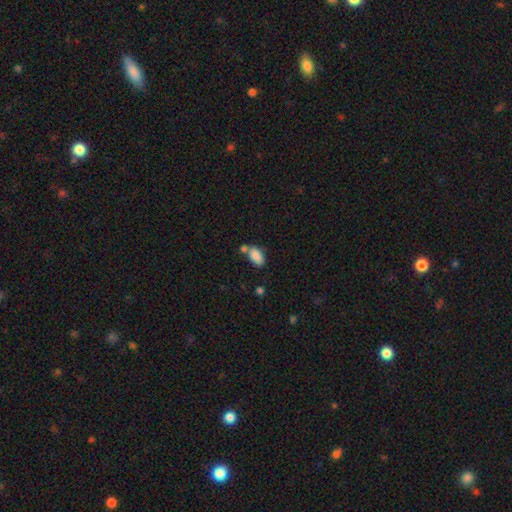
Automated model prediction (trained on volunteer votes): Smooth or featured? Predicted: smooth (p=0.86). How rounded? Predicted: in between (p=0.93). Merging? Predicted: none (p=0.54).